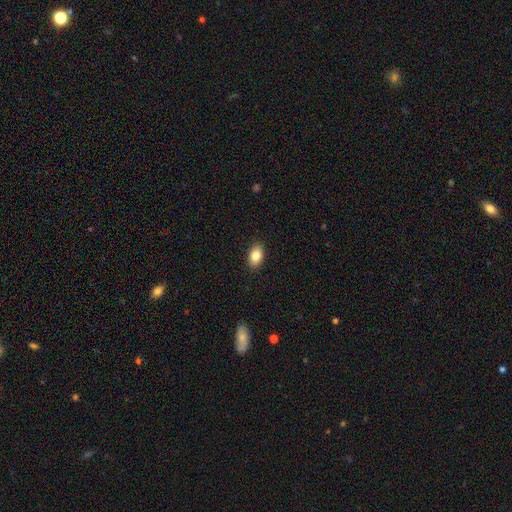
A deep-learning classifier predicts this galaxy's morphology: Q: Smooth or featured?
A: smooth (86%); runner-up: star or artifact (8%)
Q: How rounded?
A: in between (89%); runner-up: round (9%)
Q: Merging?
A: none (89%); runner-up: minor disturbance (8%)